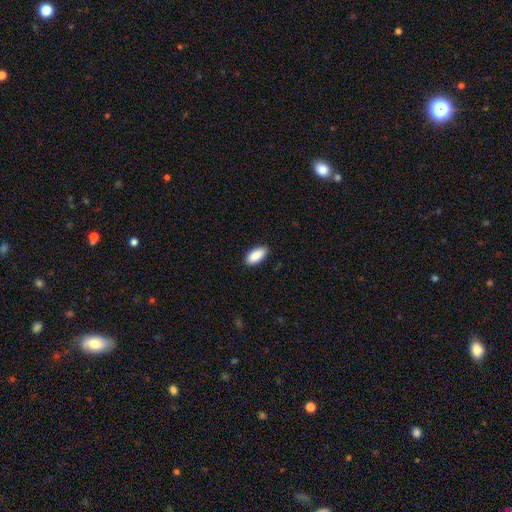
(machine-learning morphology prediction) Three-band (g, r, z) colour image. It shows a smooth galaxy with no disk features (89%) that is in between round and cigar-shaped (91%). Merging: none (86%).